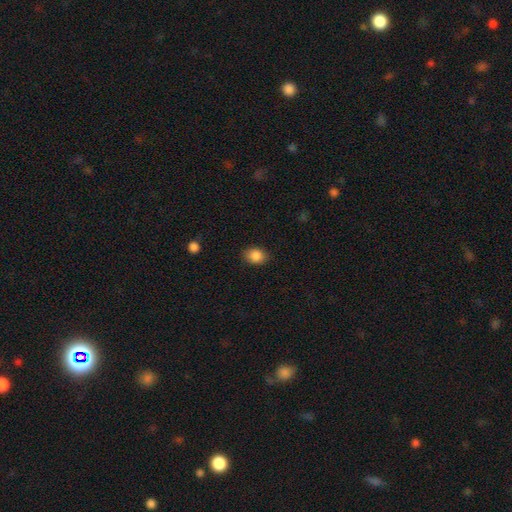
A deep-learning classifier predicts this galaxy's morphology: Overall: smooth (87%). How rounded: in between (59%; round 40%). Merging: none (84%).